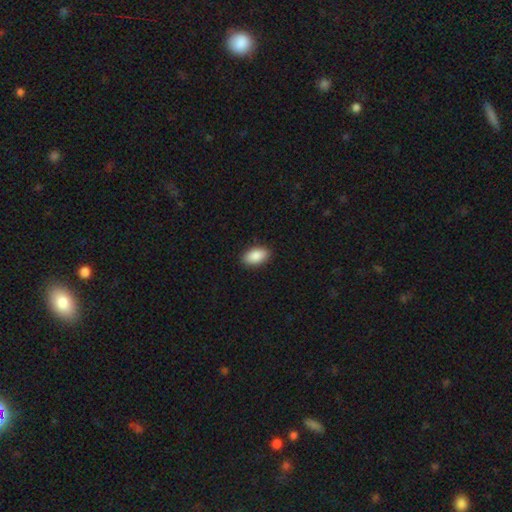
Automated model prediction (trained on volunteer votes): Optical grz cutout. It shows a smooth galaxy with no disk features (89%) that is in between round and cigar-shaped (93%). Merging: none (89%).